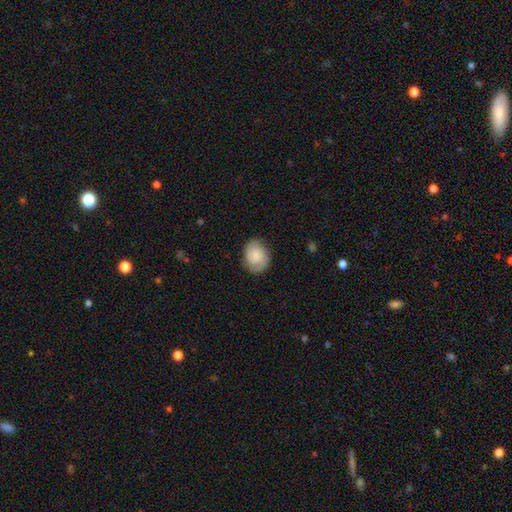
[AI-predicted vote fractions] smooth-or-featured: featured or disk: 46% (tied) | smooth: 46% (tied) | star or artifact: 8%
  merging: none: 79% | minor disturbance: 15% | major disturbance: 4% | merger: 1%